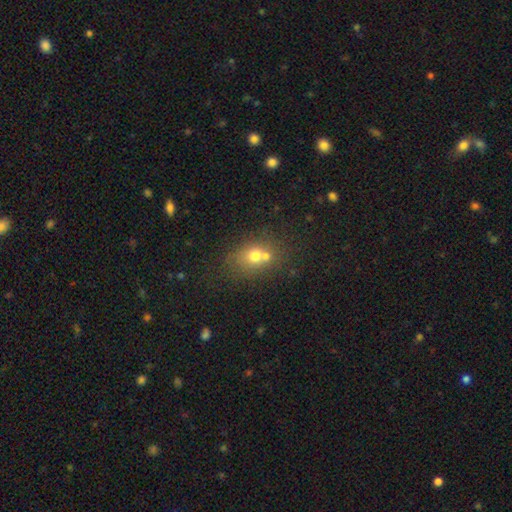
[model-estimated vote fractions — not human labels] The model was most divided on "merging": none: 45%, merger: 41%, minor disturbance: 10%, major disturbance: 4%. More confident: smooth or featured — smooth (67%); how rounded — round (58%).